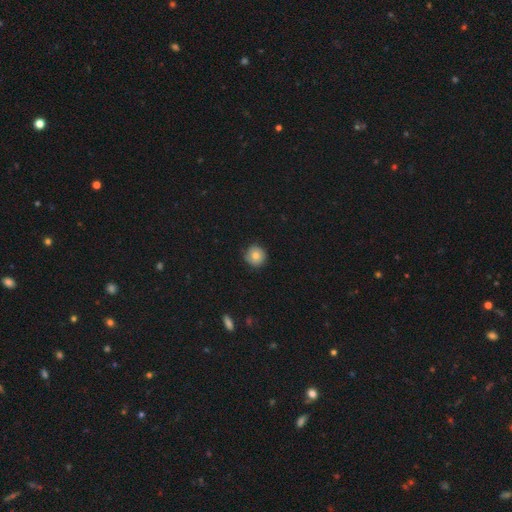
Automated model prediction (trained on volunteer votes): This is likely a smooth galaxy (76%). How rounded: clearly round (93%). Merging: clearly none (82%).